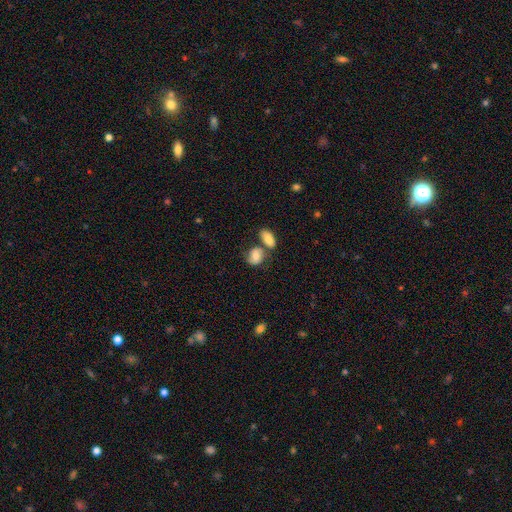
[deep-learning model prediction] A smooth galaxy with no disk features (71%) that is in between round and cigar-shaped (63%).

Vote fractions:
- Smooth or featured? smooth: 71% / featured or disk: 21% / star or artifact: 8%
- How rounded? in between: 63% / round: 35% / cigar-shaped: 2%
- Merging? none: 39% / merger: 38% / minor disturbance: 16% / major disturbance: 7%